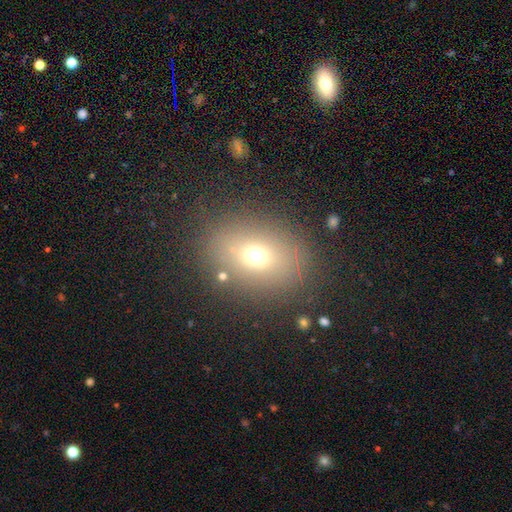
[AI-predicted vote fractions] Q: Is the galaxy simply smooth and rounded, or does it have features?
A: smooth — 65%.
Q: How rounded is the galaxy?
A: in between — 57%.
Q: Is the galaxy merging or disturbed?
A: none — 80%.